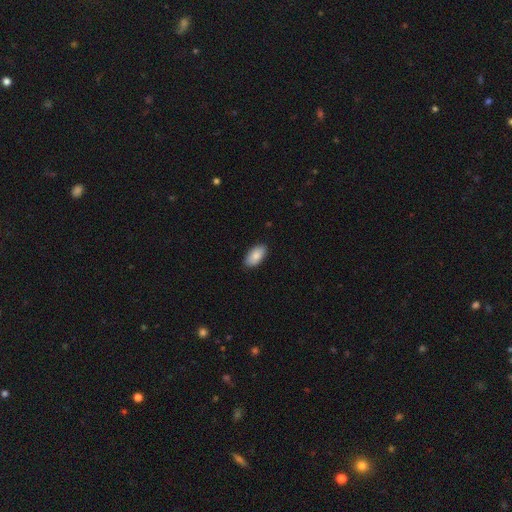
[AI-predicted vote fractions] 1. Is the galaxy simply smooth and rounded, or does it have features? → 87% smooth, 7% featured or disk, 6% star or artifact.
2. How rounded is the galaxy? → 95% in between, 3% round, 2% cigar-shaped.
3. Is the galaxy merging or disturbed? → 88% none, 9% minor disturbance, 2% major disturbance, 1% merger.